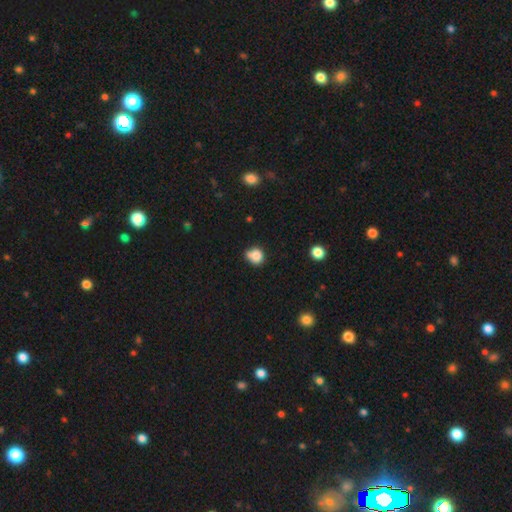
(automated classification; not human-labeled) A smooth galaxy with no disk features (81%) that is round (74%).

Vote fractions:
- Smooth or featured? smooth: 81% / star or artifact: 11% / featured or disk: 8%
- How rounded? round: 74% / in between: 26% / cigar-shaped: 1%
- Merging? none: 52% / minor disturbance: 27% / merger: 15% / major disturbance: 6%